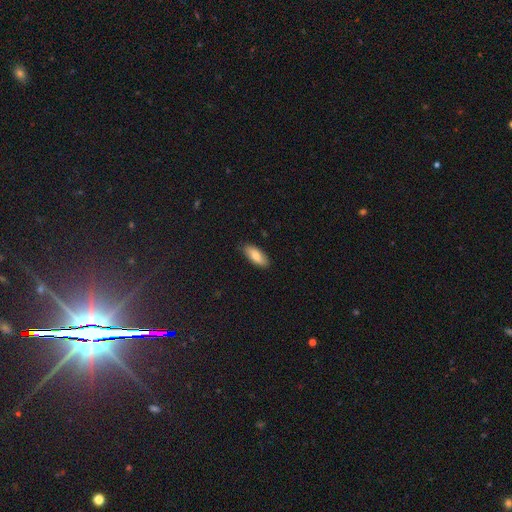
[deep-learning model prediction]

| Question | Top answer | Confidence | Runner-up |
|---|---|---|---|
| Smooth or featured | smooth | 80% | featured or disk (14%) |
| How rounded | in between | 82% | cigar-shaped (16%) |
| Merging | none | 85% | minor disturbance (12%) |